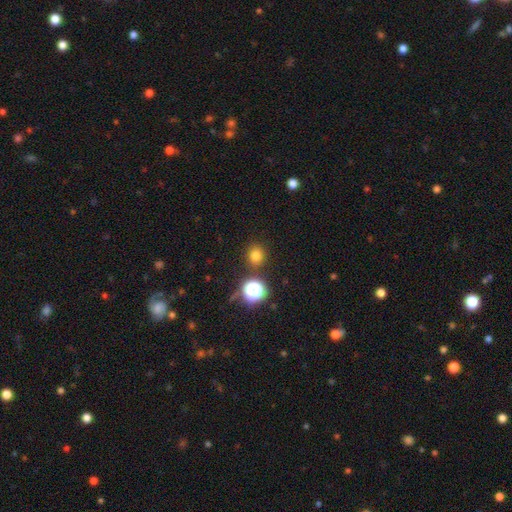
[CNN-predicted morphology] smooth 75%, star or artifact 19%, featured or disk 6%. Down the decision tree: how rounded — round (87%); merging — none (86%).